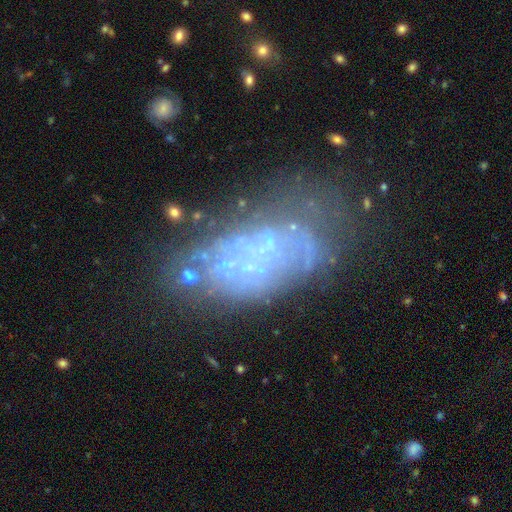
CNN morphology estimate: Smooth or featured? Predicted: featured or disk (p=0.64). Edge-on disk? Predicted: no (p=0.95). Bar? Predicted: no (p=0.90). Spiral arms? Predicted: no (p=0.83). Bulge size? Predicted: none (p=0.70). Merging? Predicted: none (p=0.48).